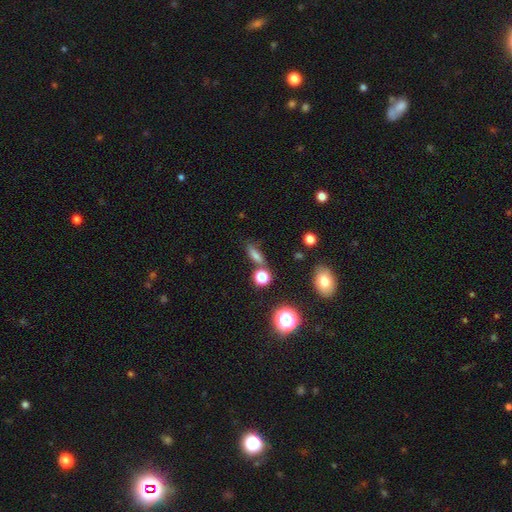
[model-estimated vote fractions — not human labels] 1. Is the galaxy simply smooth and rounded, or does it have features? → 66% smooth, 20% star or artifact, 14% featured or disk.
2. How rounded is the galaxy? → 46% in between, 36% cigar-shaped, 18% round.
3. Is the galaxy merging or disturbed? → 68% none, 15% minor disturbance, 11% merger, 6% major disturbance.